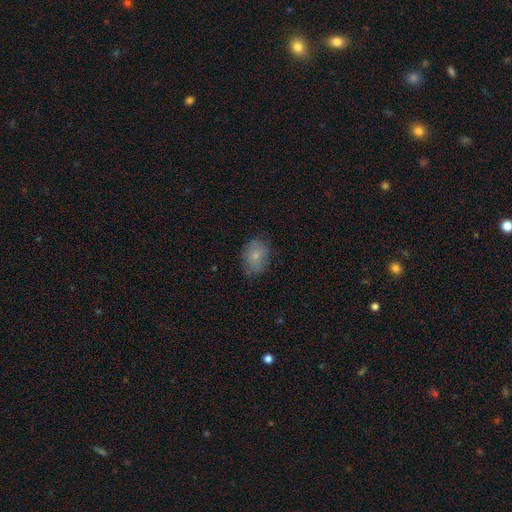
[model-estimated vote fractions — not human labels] A smooth galaxy with no disk features (74%) that is in between round and cigar-shaped (69%). Merging: none (75%).